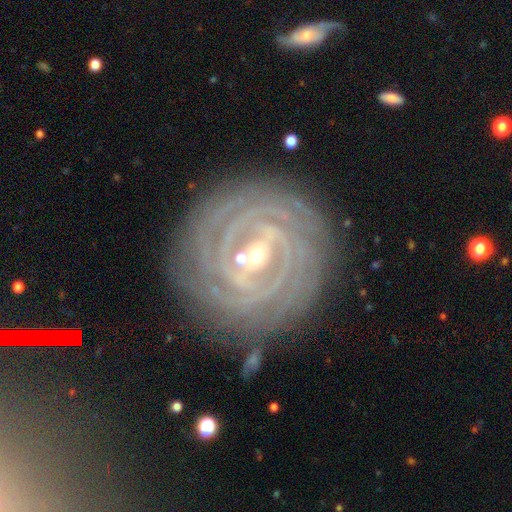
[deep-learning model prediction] Q: Smooth or featured?
A: featured or disk (91%); runner-up: star or artifact (5%)
Q: Edge-on disk?
A: no (97%); runner-up: yes (3%)
Q: Bar?
A: strong (55%); runner-up: weak (34%)
Q: Spiral arms?
A: yes (98%); runner-up: no (2%)
Q: Spiral winding?
A: tight (90%); runner-up: medium (8%)
Q: Spiral arm count?
A: 4 (27%); runner-up: can't tell (18%)
Q: Bulge size?
A: small (64%); runner-up: moderate (33%)
Q: Merging?
A: none (83%); runner-up: minor disturbance (11%)